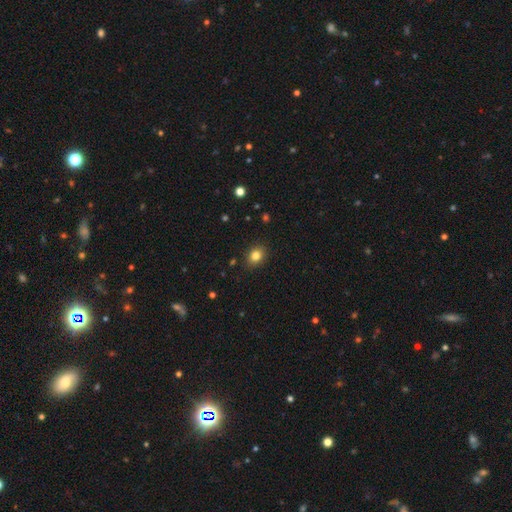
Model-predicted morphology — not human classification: smooth-or-featured: smooth: 82% | star or artifact: 12% | featured or disk: 6%
  how-rounded: round: 55% | in between: 44% | cigar-shaped: 1%
  merging: none: 88% | minor disturbance: 9% | major disturbance: 2% | merger: 1%